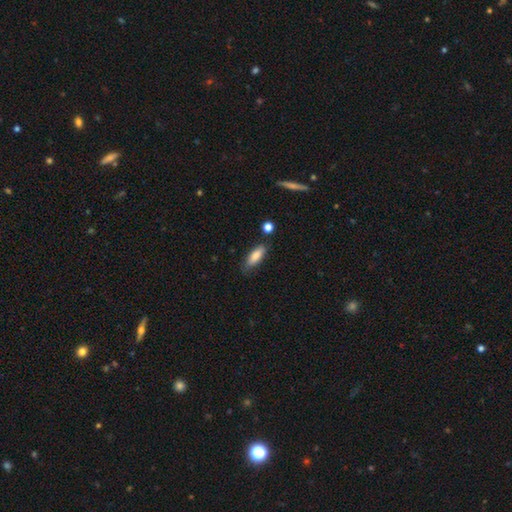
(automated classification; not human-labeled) Overall: smooth (82%). How rounded: in between (64%; cigar-shaped 34%). Merging: none (76%).